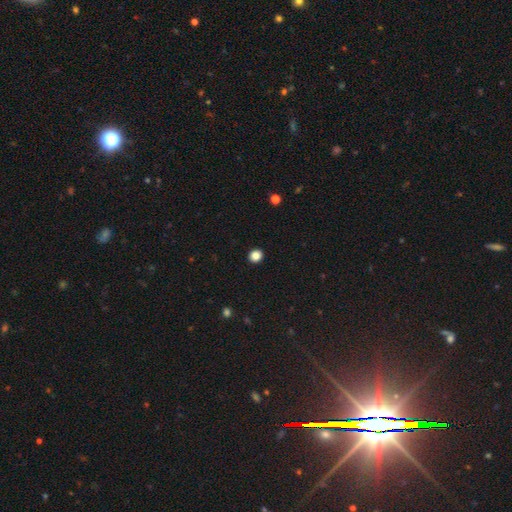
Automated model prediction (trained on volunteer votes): This is clearly a smooth galaxy (86%). How rounded: clearly round (84%). Merging: clearly none (93%).